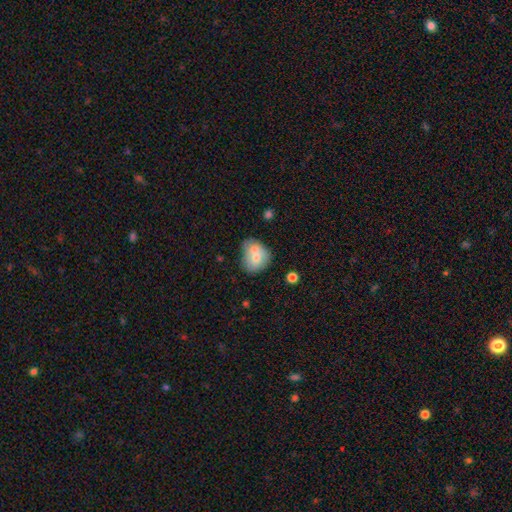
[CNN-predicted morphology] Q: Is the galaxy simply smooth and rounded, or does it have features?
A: smooth — 69%.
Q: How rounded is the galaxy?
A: round — 59%.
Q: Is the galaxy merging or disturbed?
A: merger — 46%.